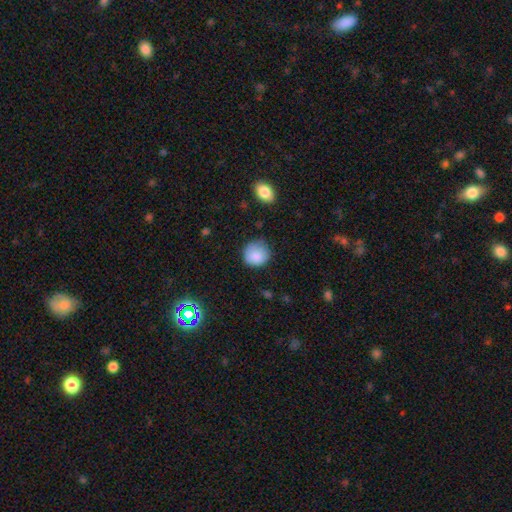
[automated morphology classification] smooth 85%, star or artifact 8%, featured or disk 7%. Down the decision tree: how rounded — round (88%); merging — none (72%).